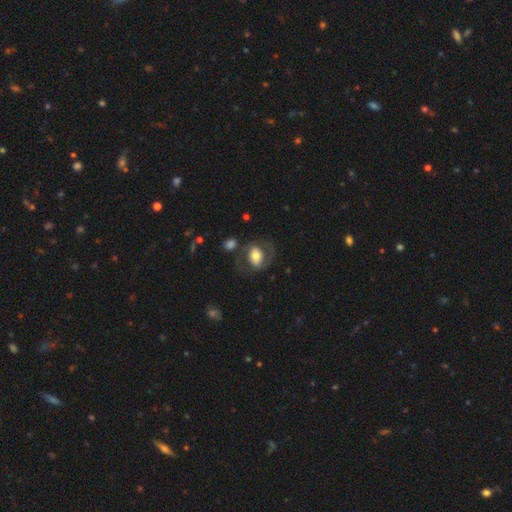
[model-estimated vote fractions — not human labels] A featured or disk galaxy (51%).

Vote fractions:
- Smooth or featured? featured or disk: 51% / smooth: 43% / star or artifact: 7%
- Edge-on disk? no: 95% / yes: 5%
- Merging? none: 58% / minor disturbance: 18% / major disturbance: 18% / merger: 6%